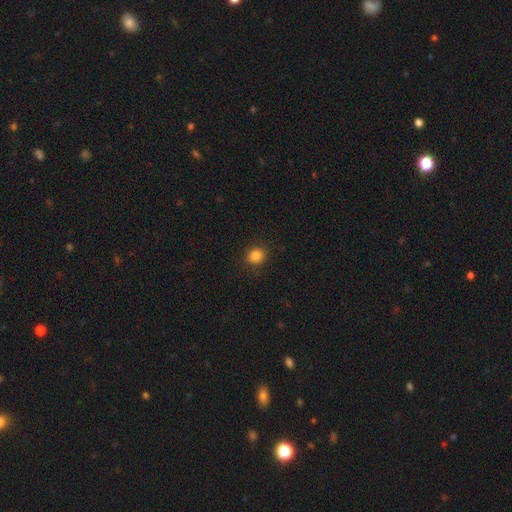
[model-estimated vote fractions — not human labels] smooth-or-featured: smooth: 85% | star or artifact: 11% | featured or disk: 4%
  how-rounded: round: 79% | in between: 20% | cigar-shaped: 1%
  merging: none: 89% | minor disturbance: 7% | major disturbance: 2% | merger: 1%